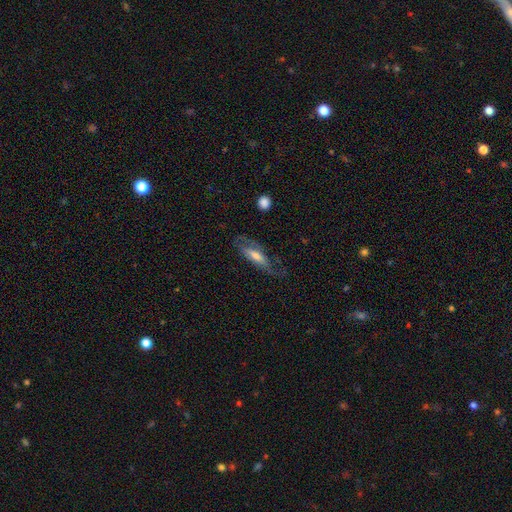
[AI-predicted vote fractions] featured or disk 58%, smooth 35%, star or artifact 7%. Down the decision tree: edge-on disk — no (69%); merging — none (59%).